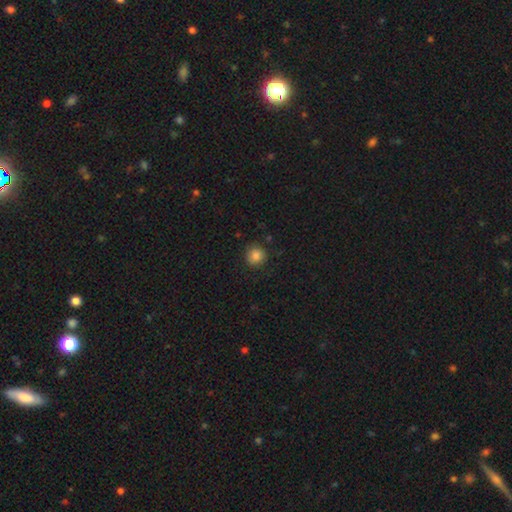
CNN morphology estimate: Smooth or featured: smooth — 85% (star or artifact — 11%)
How rounded: round — 91% (in between — 8%)
Merging: none — 86% (minor disturbance — 10%)